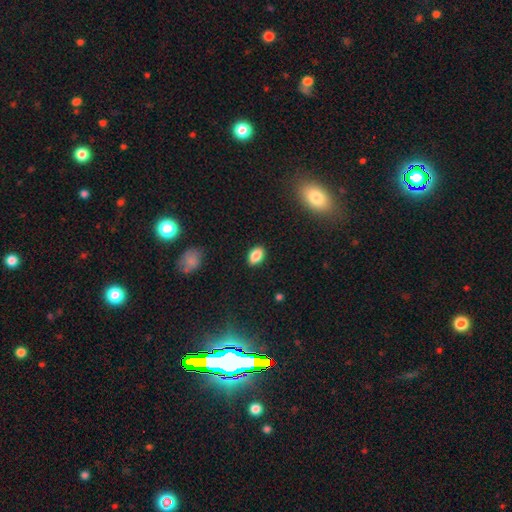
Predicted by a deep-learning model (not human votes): Smooth or featured: smooth — 86% (star or artifact — 8%)
How rounded: in between — 86% (round — 12%)
Merging: none — 87% (minor disturbance — 9%)